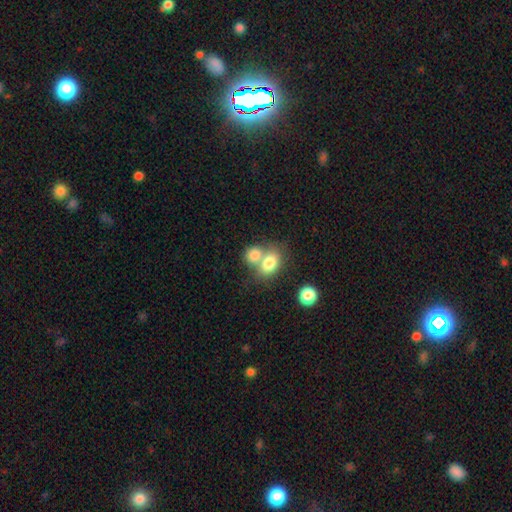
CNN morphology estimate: Smooth or featured? smooth (77%)
How rounded? in between (58%)
Merging? merger (57%)